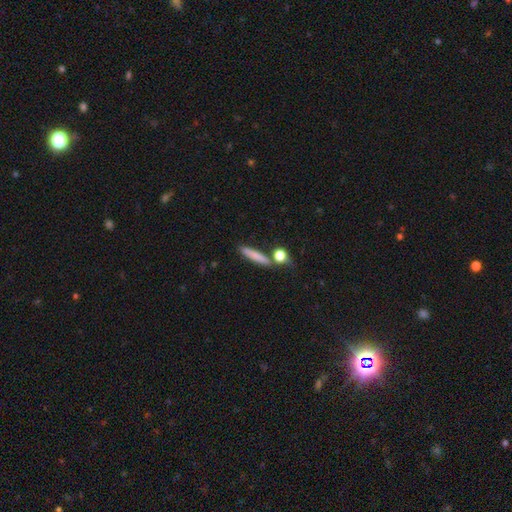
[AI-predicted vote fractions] A smooth galaxy with no disk features (75%) that is cigar-shaped (81%). Merging: none (74%).